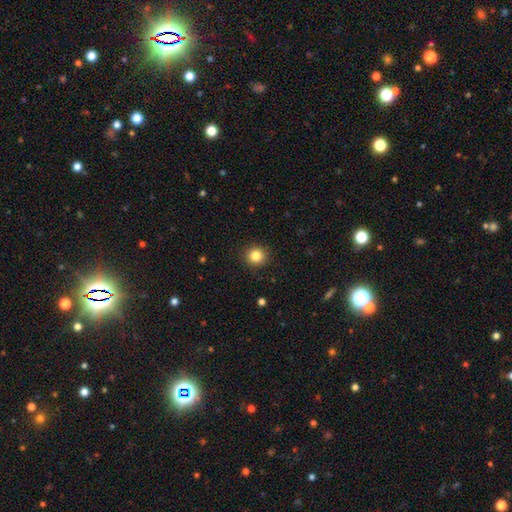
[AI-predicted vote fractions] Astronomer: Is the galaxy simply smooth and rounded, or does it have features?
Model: smooth — 84%.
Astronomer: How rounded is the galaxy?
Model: round — 91%.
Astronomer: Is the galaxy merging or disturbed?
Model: none — 91%.